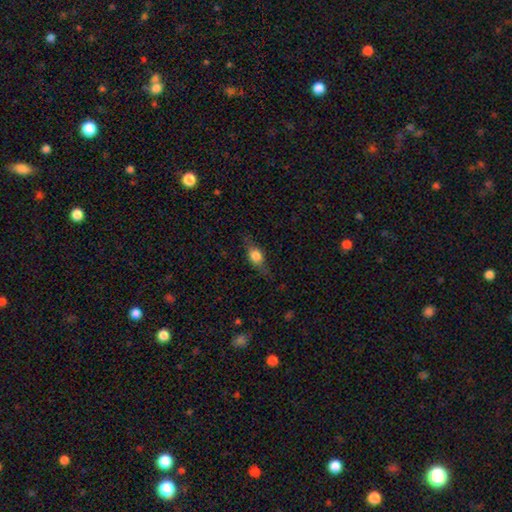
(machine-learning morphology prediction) Smooth or featured? Predicted: smooth (p=0.58). How rounded? Predicted: in between (p=0.62). Merging? Predicted: none (p=0.73).